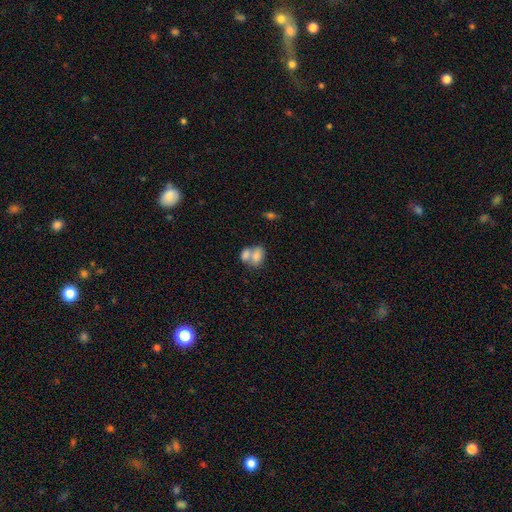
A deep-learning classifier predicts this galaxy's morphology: Overall: smooth (78%). How rounded: in between (81%). Merging: merger (64%).